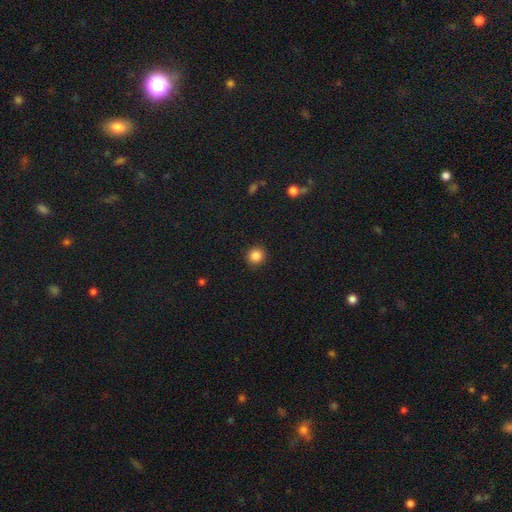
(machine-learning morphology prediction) smooth-or-featured: smooth: 85% | star or artifact: 11% | featured or disk: 4%
  how-rounded: round: 93% | in between: 7% | cigar-shaped: 1%
  merging: none: 91% | minor disturbance: 6% | major disturbance: 2% | merger: 1%